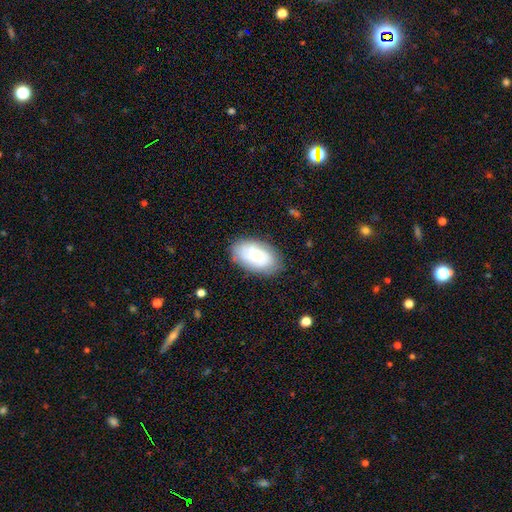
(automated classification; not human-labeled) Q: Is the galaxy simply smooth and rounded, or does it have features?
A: smooth — 57%.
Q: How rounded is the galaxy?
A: in between — 92%.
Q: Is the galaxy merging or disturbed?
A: none — 79%.